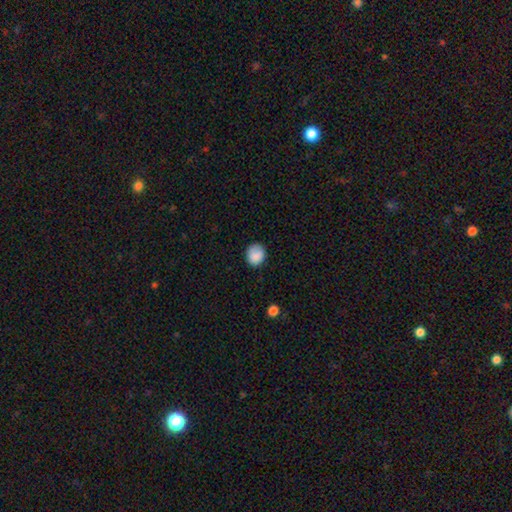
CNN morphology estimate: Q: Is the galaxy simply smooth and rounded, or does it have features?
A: smooth — 86%.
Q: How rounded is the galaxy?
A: round — 66%.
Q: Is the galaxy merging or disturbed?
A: none — 78%.